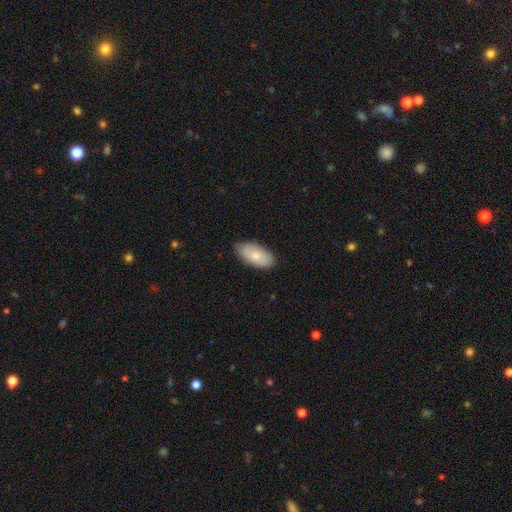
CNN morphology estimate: The model was most divided on "smooth or featured": smooth: 72%, featured or disk: 22%, star or artifact: 6%. More confident: how rounded — in between (93%); merging — none (82%).